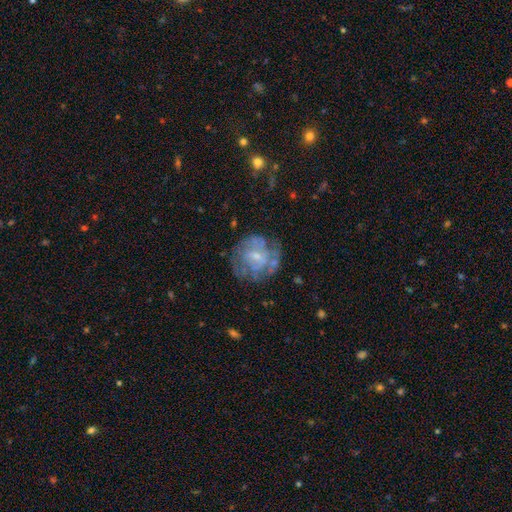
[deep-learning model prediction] smooth_or_featured: featured or disk (p=0.66) [alt: smooth p=0.23]
disk_edge_on: no (p=0.97) [alt: yes p=0.03]
bar: no (p=0.55) [alt: weak p=0.37]
has_spiral_arms: yes (p=0.62) [alt: no p=0.38]
bulge_size: small (p=0.60) [alt: moderate p=0.27]
merging: none (p=0.66) [alt: minor disturbance p=0.19]